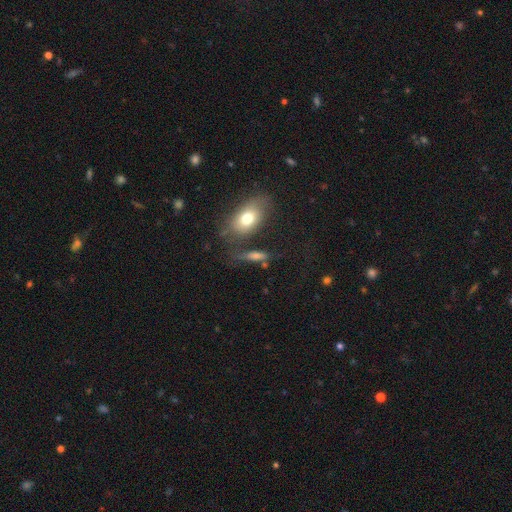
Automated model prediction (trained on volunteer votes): smooth 63%, featured or disk 23%, star or artifact 14%. Down the decision tree: how rounded — in between (49%); merging — none (60%).